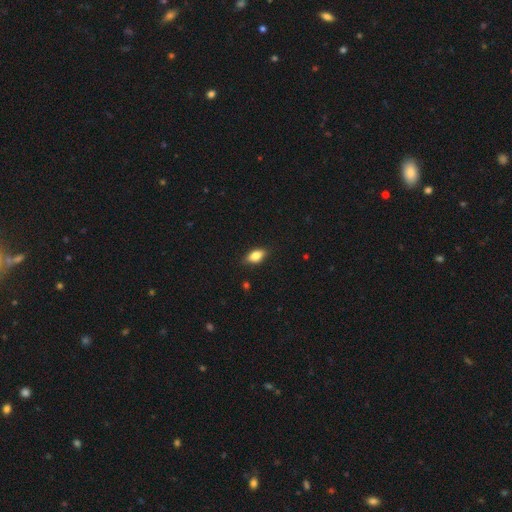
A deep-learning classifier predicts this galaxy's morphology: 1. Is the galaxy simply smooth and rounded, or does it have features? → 79% smooth, 13% featured or disk, 8% star or artifact.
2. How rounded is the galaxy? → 87% in between, 7% cigar-shaped, 6% round.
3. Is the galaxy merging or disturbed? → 83% none, 13% minor disturbance, 2% major disturbance, 1% merger.